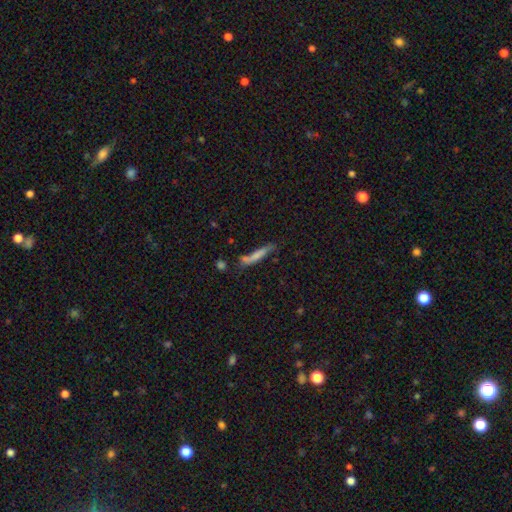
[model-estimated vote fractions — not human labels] Smooth or featured? smooth (68%)
How rounded? cigar-shaped (91%)
Merging? none (62%)